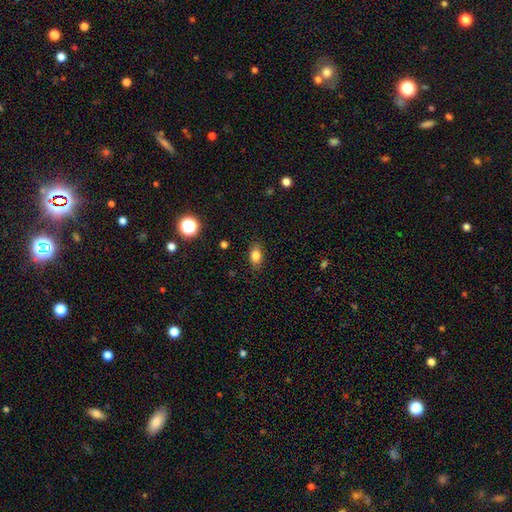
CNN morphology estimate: type=smooth (81%); roundness=in between (84%); merging=none (86%).